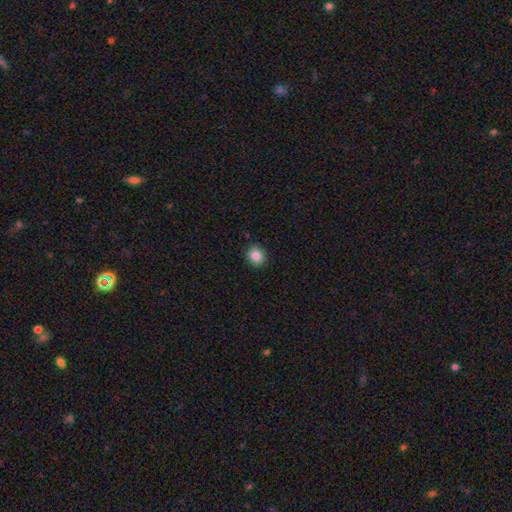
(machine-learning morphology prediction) Smooth or featured?
  - smooth: 86% *
  - star or artifact: 10%
  - featured or disk: 4%
How rounded?
  - round: 75% *
  - in between: 24%
  - cigar-shaped: 1%
Merging?
  - none: 88% *
  - minor disturbance: 9%
  - major disturbance: 2%
  - merger: 1%